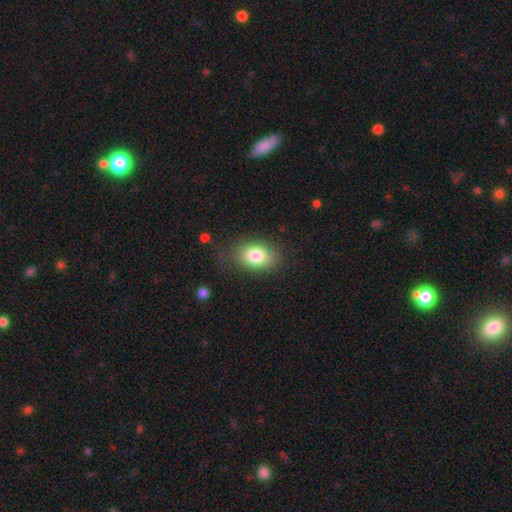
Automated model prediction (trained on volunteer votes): A smooth galaxy with no disk features (80%) that is in between round and cigar-shaped (77%).

Vote fractions:
- Smooth or featured? smooth: 80% / featured or disk: 11% / star or artifact: 9%
- How rounded? in between: 77% / round: 22% / cigar-shaped: 1%
- Merging? none: 75% / minor disturbance: 17% / major disturbance: 7% / merger: 2%